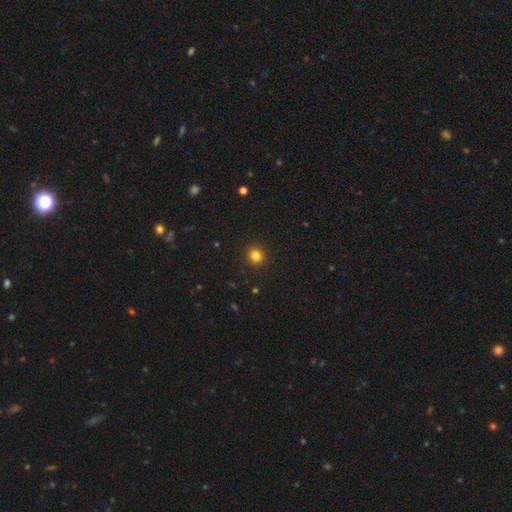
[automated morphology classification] A smooth galaxy with no disk features (82%) that is round (88%). Merging: none (92%).